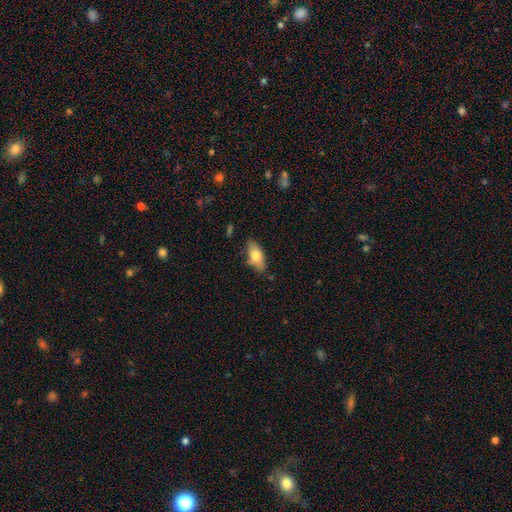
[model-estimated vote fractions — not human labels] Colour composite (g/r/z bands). It shows a smooth galaxy with no disk features (71%) that is in between round and cigar-shaped (83%). Merging: none (75%).